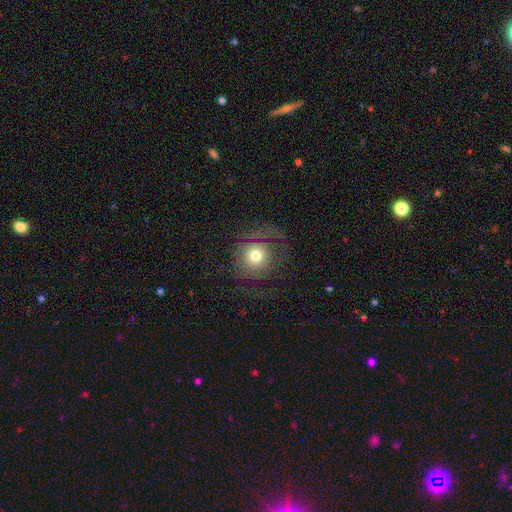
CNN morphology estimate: Smooth or featured?
  - smooth: 58% *
  - featured or disk: 31%
  - star or artifact: 10%
How rounded?
  - round: 90% *
  - in between: 9%
  - cigar-shaped: 1%
Merging?
  - none: 55% *
  - major disturbance: 27%
  - minor disturbance: 16%
  - merger: 2%